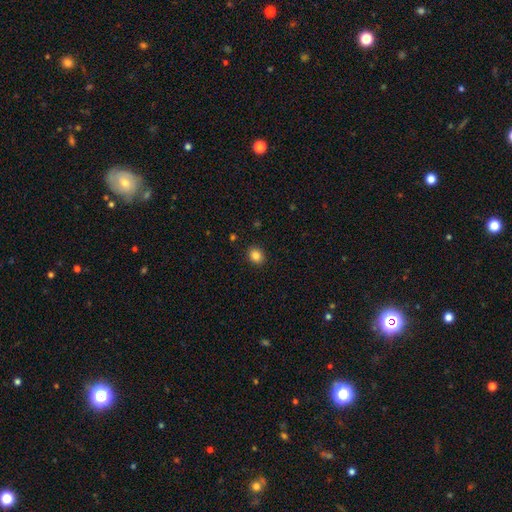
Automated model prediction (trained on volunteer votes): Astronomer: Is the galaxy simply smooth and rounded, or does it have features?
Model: smooth — 85%.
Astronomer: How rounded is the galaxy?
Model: round — 60% (runner-up: in between, 39%).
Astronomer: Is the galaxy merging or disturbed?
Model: none — 91%.